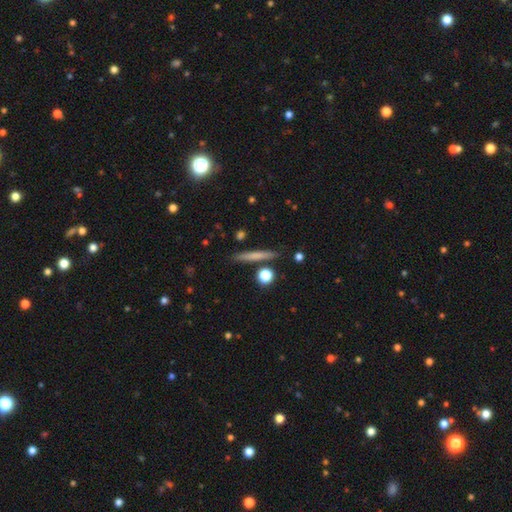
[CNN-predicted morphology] A smooth galaxy with no disk features (67%) that is cigar-shaped (92%).

Vote fractions:
- Smooth or featured? smooth: 67% / featured or disk: 26% / star or artifact: 7%
- How rounded? cigar-shaped: 92% / in between: 4% / round: 4%
- Merging? none: 87% / minor disturbance: 8% / merger: 3% / major disturbance: 2%